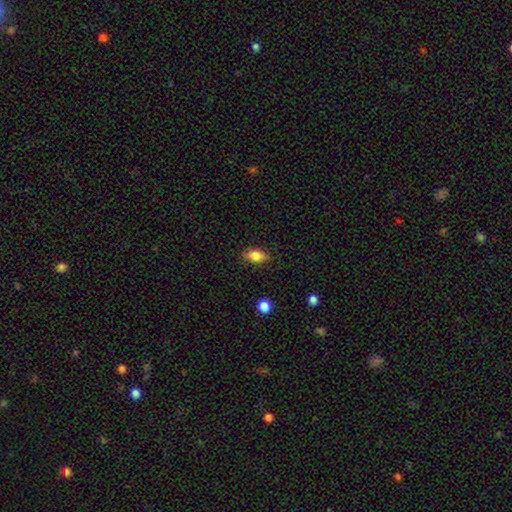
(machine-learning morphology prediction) Smooth or featured?
  - smooth: 81% *
  - featured or disk: 10%
  - star or artifact: 9%
How rounded?
  - in between: 84% *
  - round: 10%
  - cigar-shaped: 6%
Merging?
  - none: 85% *
  - minor disturbance: 12%
  - major disturbance: 3%
  - merger: 1%